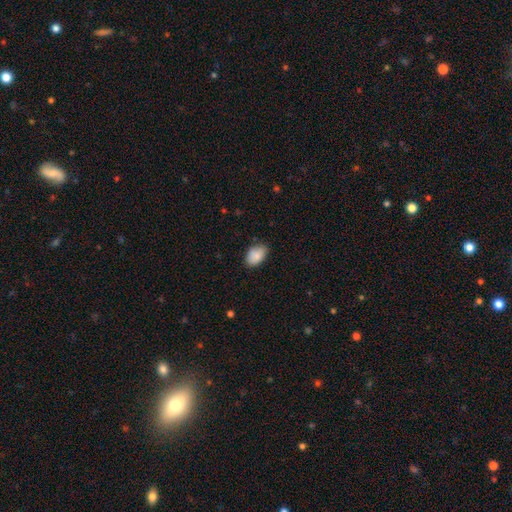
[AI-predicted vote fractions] Smooth or featured? Predicted: smooth (p=0.87). How rounded? Predicted: in between (p=0.90). Merging? Predicted: none (p=0.74).